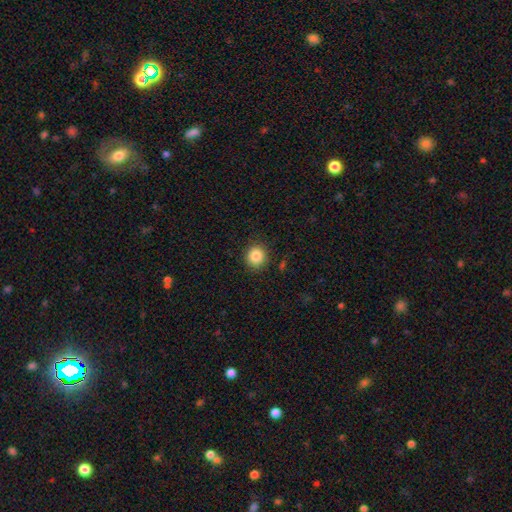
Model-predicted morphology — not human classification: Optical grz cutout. It shows a smooth galaxy with no disk features (86%) that is round (88%). Merging: none (89%).